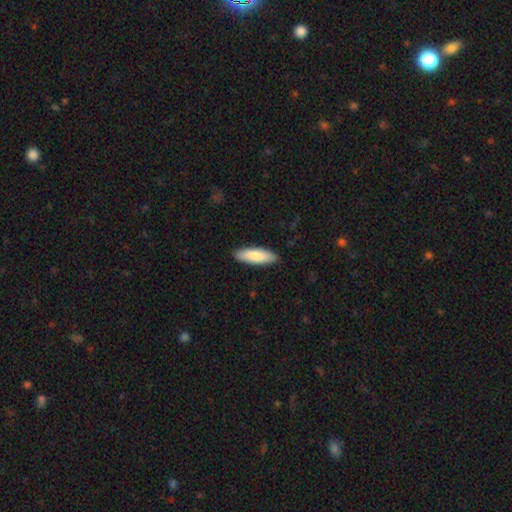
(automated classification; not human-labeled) Q: Smooth or featured?
A: smooth (85%); runner-up: featured or disk (10%)
Q: How rounded?
A: in between (52%); runner-up: cigar-shaped (47%)
Q: Merging?
A: none (90%); runner-up: minor disturbance (8%)